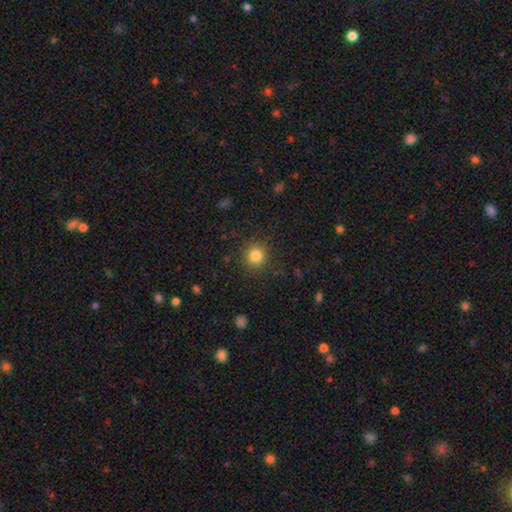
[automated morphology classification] Smooth or featured: smooth — 83% (star or artifact — 12%)
How rounded: round — 90% (in between — 9%)
Merging: none — 88% (minor disturbance — 7%)